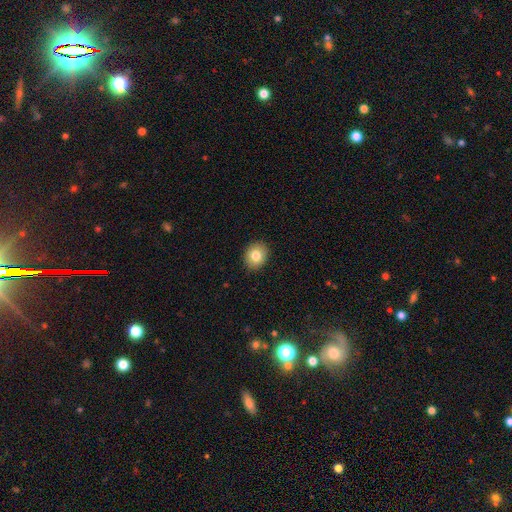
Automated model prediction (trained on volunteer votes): smooth-or-featured: smooth: 81% | featured or disk: 10% | star or artifact: 9%
  how-rounded: round: 57% | in between: 42% | cigar-shaped: 1%
  merging: none: 90% | minor disturbance: 7% | major disturbance: 2% | merger: 1%